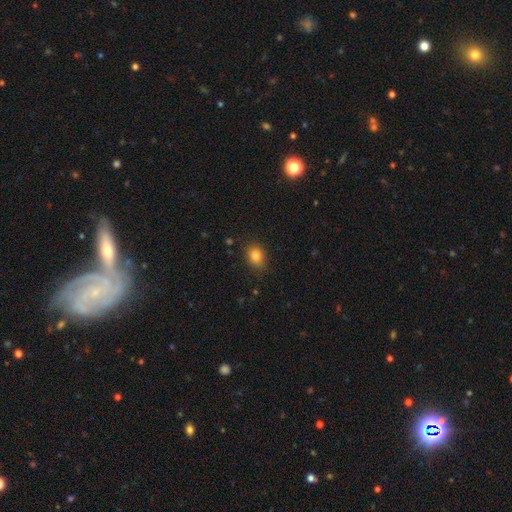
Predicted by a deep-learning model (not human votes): Smooth or featured: smooth — 81% (star or artifact — 12%)
How rounded: in between — 54% (round — 45%)
Merging: none — 84% (minor disturbance — 12%)